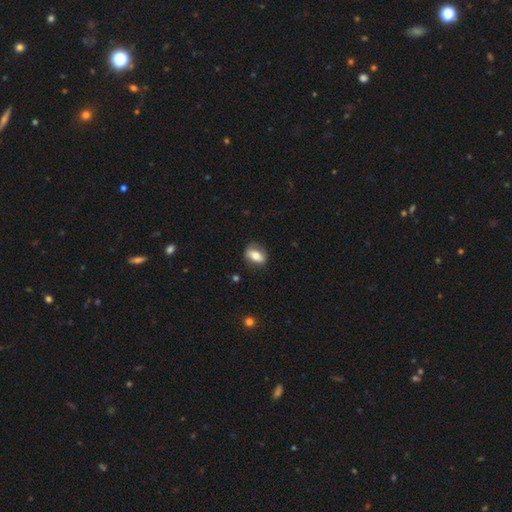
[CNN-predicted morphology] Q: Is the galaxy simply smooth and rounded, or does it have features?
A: smooth — 65%.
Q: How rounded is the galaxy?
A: in between — 77%.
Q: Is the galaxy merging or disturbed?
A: none — 79%.